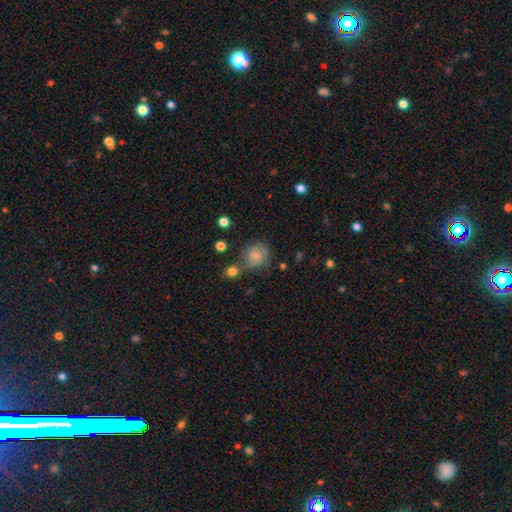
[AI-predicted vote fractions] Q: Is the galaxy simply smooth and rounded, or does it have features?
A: smooth — 68%.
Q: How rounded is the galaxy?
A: round — 71%.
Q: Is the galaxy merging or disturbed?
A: none — 51%.